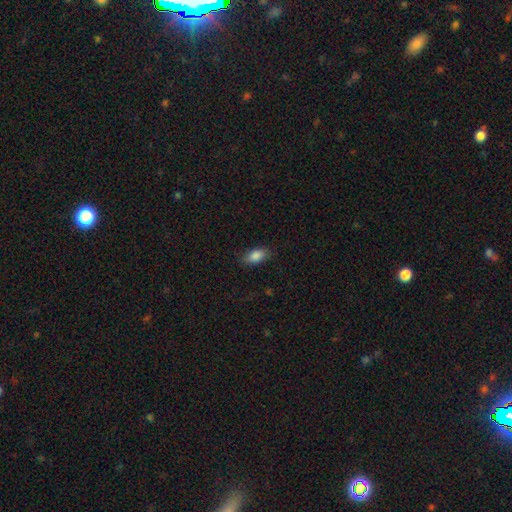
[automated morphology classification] smooth-or-featured: smooth: 87% | star or artifact: 8% | featured or disk: 6%
  how-rounded: in between: 90% | round: 5% | cigar-shaped: 5%
  merging: none: 82% | minor disturbance: 14% | major disturbance: 4% | merger: 1%